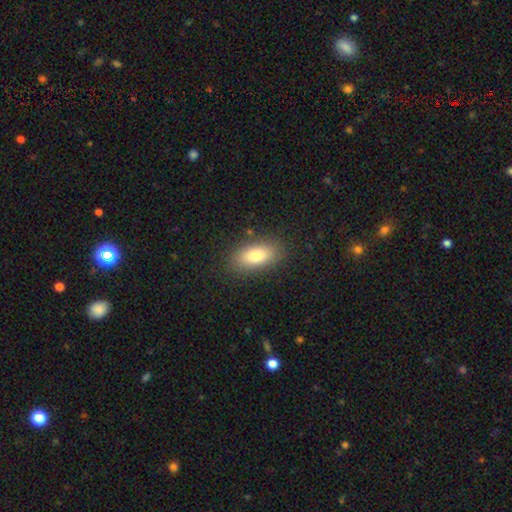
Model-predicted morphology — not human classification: smooth_or_featured: smooth (p=0.80) [alt: featured or disk p=0.12]
how_rounded: in between (p=0.88) [alt: cigar-shaped p=0.07]
merging: none (p=0.86) [alt: minor disturbance p=0.10]